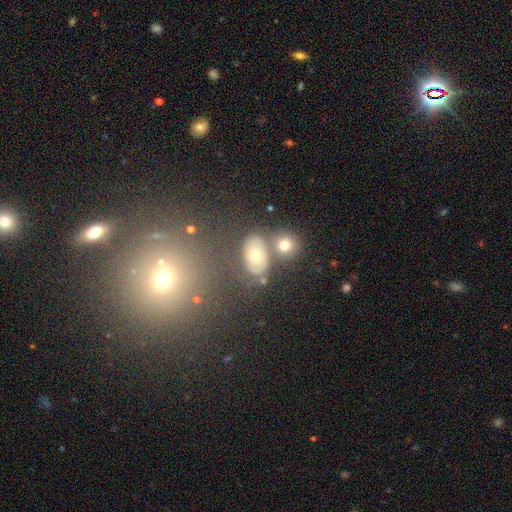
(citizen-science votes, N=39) Q: Smooth or featured?
A: smooth (49%); runner-up: featured or disk (41%)
Q: How rounded?
A: in between (79%); runner-up: round (16%)
Q: Merging?
A: none (71%); runner-up: merger (14%)